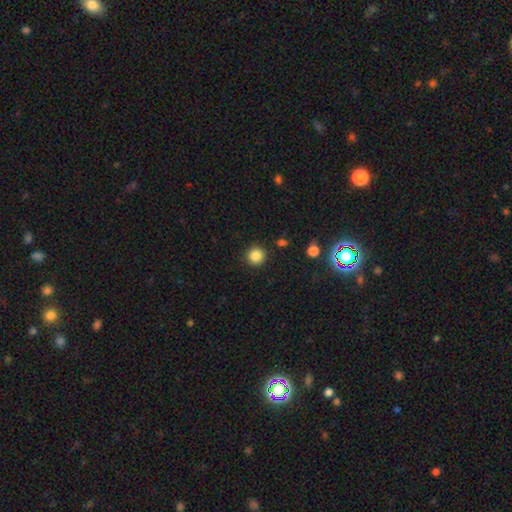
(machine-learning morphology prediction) smooth-or-featured: smooth: 86% | star or artifact: 11% | featured or disk: 4%
  how-rounded: round: 93% | in between: 6% | cigar-shaped: 1%
  merging: none: 91% | minor disturbance: 5% | major disturbance: 2% | merger: 2%